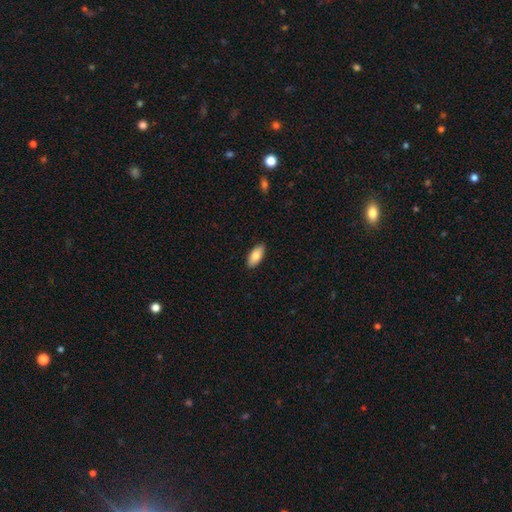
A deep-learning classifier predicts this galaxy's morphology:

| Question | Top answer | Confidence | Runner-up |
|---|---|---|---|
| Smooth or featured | smooth | 84% | featured or disk (9%) |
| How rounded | in between | 89% | cigar-shaped (9%) |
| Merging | none | 89% | minor disturbance (8%) |